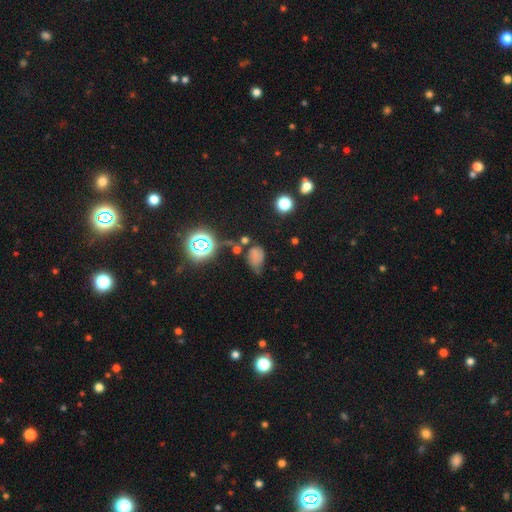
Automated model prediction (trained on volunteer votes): Smooth or featured?
  - smooth: 59% *
  - star or artifact: 27%
  - featured or disk: 14%
How rounded?
  - in between: 77% *
  - round: 21%
  - cigar-shaped: 2%
Merging?
  - none: 38% *
  - minor disturbance: 35%
  - major disturbance: 18%
  - merger: 9%